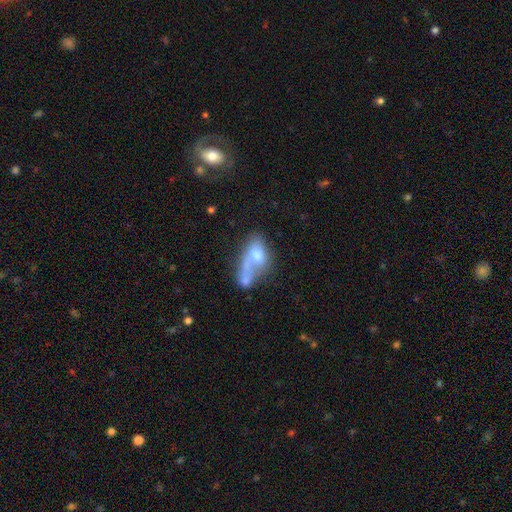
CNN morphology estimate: smooth 57%, featured or disk 33%, star or artifact 10%. Down the decision tree: how rounded — in between (79%); merging — merger (52%).